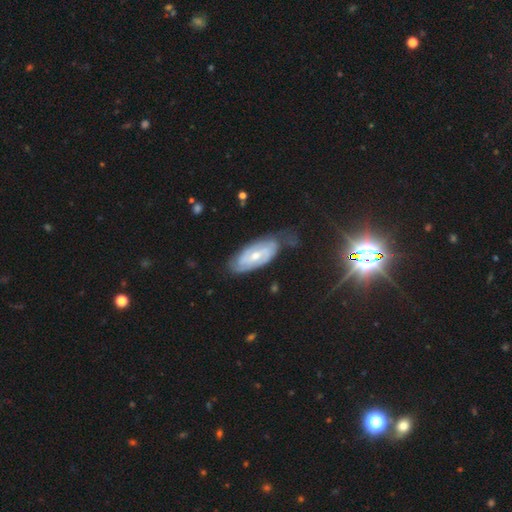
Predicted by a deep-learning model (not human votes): Smooth or featured?
  - featured or disk: 74% *
  - smooth: 20%
  - star or artifact: 7%
Edge-on disk?
  - no: 91% *
  - yes: 9%
Bar?
  - no: 45% *
  - weak: 41%
  - strong: 14%
Spiral arms?
  - yes: 89% *
  - no: 11%
Spiral winding?
  - tight: 63% *
  - medium: 29%
  - loose: 9%
Spiral arm count?
  - 2: 41% *
  - can't tell: 39%
  - 3: 11%
  - 4: 4%
  - 1: 3%
  - more than 4: 3%
Bulge size?
  - moderate: 50% *
  - small: 46%
  - large: 2%
  - none: 1%
  - dominant: 1%
Merging?
  - none: 66% *
  - minor disturbance: 25%
  - major disturbance: 8%
  - merger: 2%